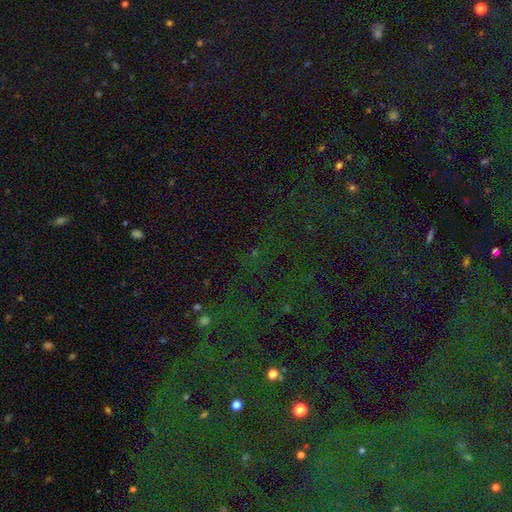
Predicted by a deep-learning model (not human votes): Morphology: type=star or artifact (78%).